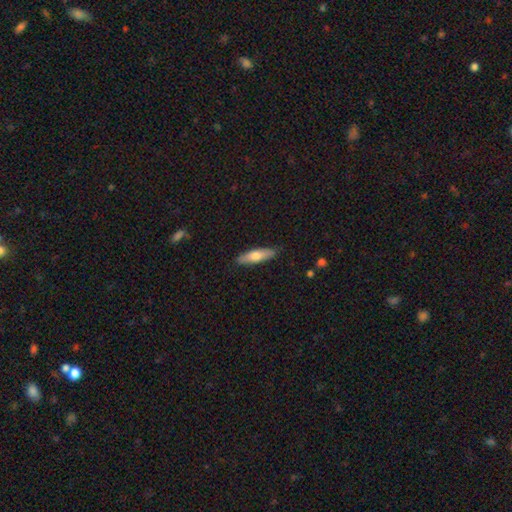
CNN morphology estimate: Smooth or featured: smooth — 66% (featured or disk — 28%)
How rounded: cigar-shaped — 62% (in between — 36%)
Merging: none — 88% (minor disturbance — 9%)